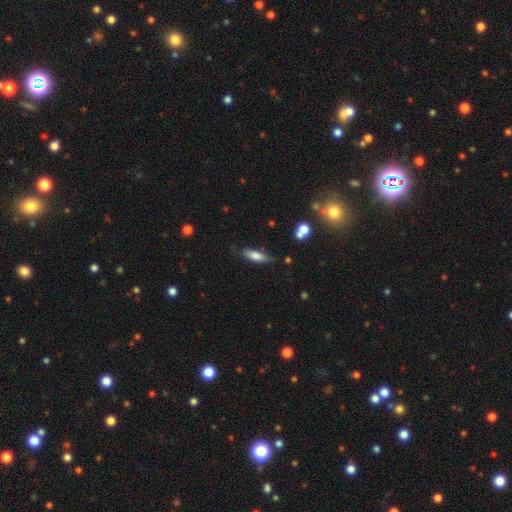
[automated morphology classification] smooth_or_featured: smooth (p=0.74) [alt: featured or disk p=0.19]
how_rounded: in between (p=0.57) [alt: cigar-shaped p=0.41]
merging: none (p=0.73) [alt: minor disturbance p=0.20]